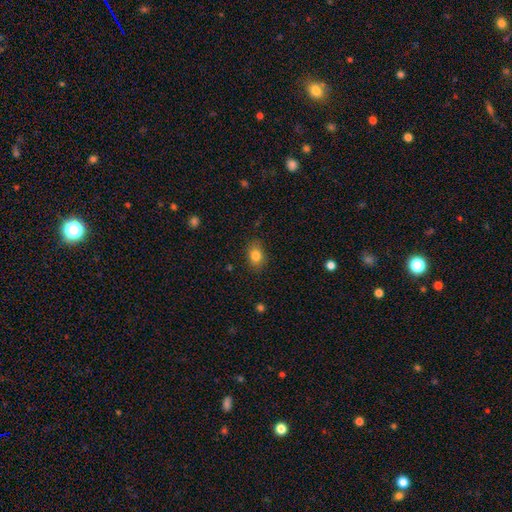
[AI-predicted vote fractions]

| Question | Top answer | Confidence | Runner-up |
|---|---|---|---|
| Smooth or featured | smooth | 82% | star or artifact (10%) |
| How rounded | in between | 71% | round (27%) |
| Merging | none | 84% | minor disturbance (12%) |